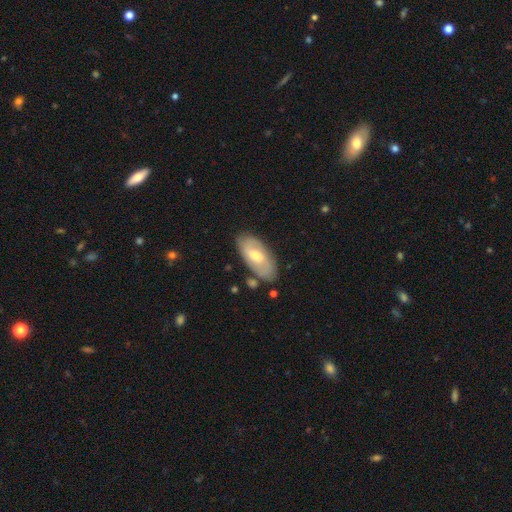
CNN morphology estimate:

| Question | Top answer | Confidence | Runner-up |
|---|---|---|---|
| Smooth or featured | smooth | 50% | featured or disk (44%) |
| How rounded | in between | 91% | cigar-shaped (6%) |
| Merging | none | 76% | minor disturbance (16%) |